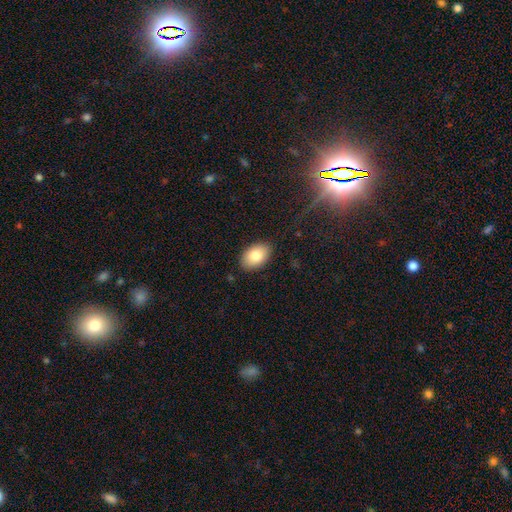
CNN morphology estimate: Smooth or featured: smooth — 82% (featured or disk — 11%)
How rounded: in between — 90% (round — 8%)
Merging: none — 87% (minor disturbance — 9%)